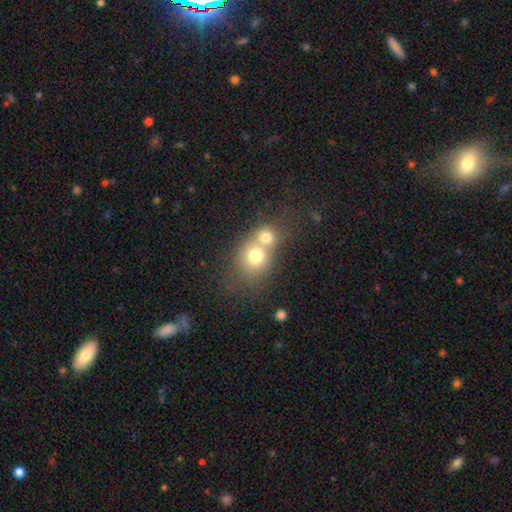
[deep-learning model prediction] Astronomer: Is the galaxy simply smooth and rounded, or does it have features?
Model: smooth — 70%.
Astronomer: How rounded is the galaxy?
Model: round — 72%.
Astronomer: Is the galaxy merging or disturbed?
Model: merger — 64%.